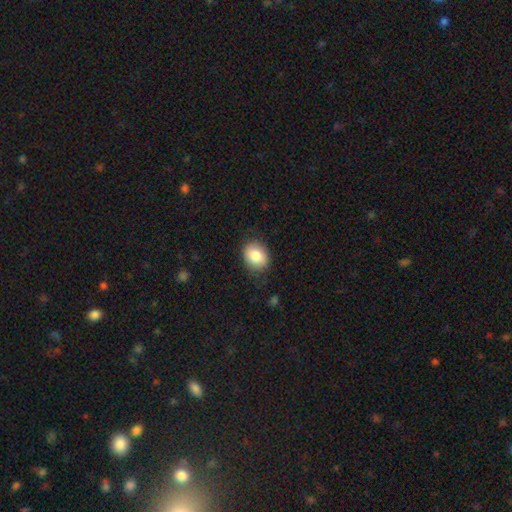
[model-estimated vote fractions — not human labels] A smooth galaxy with no disk features (84%) that is in between round and cigar-shaped (54%). Merging: none (83%).